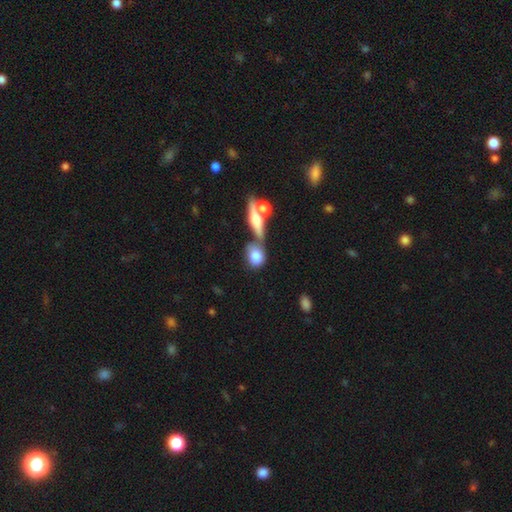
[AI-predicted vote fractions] smooth-or-featured: smooth: 75% | featured or disk: 16% | star or artifact: 9%
  how-rounded: round: 49% | in between: 46% | cigar-shaped: 5%
  merging: none: 44% | merger: 36% | minor disturbance: 14% | major disturbance: 7%